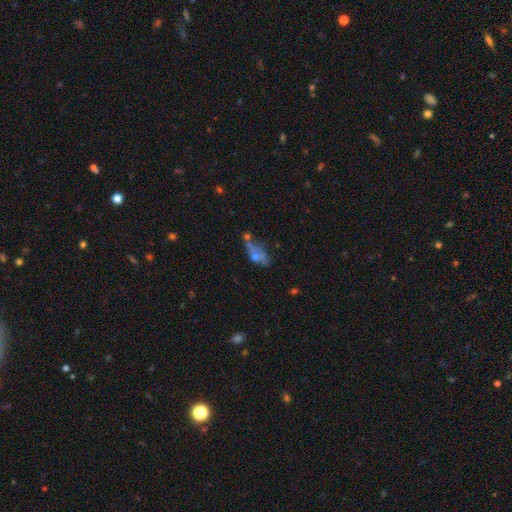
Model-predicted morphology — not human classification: A smooth galaxy with no disk features (47%). Merging: none (31%).